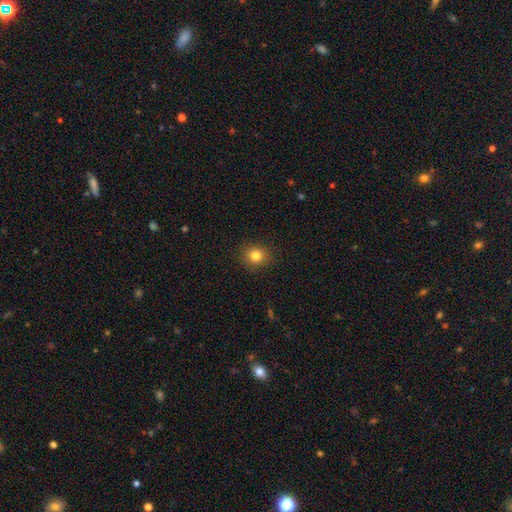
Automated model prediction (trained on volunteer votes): smooth 81%, star or artifact 12%, featured or disk 7%. Down the decision tree: how rounded — round (80%); merging — none (90%).